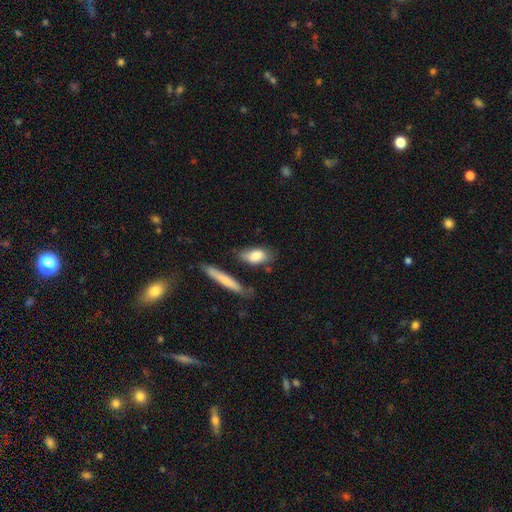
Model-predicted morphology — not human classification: smooth-or-featured: smooth: 78% | featured or disk: 16% | star or artifact: 6%
  how-rounded: in between: 74% | cigar-shaped: 22% | round: 4%
  merging: none: 64% | minor disturbance: 22% | merger: 8% | major disturbance: 6%